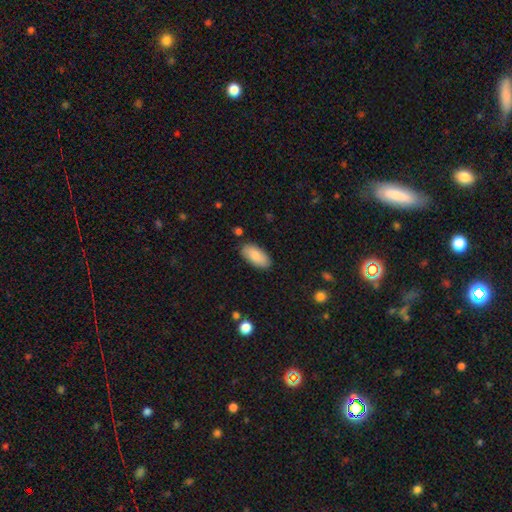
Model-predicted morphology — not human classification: smooth_or_featured: smooth (p=0.84) [alt: featured or disk p=0.10]
how_rounded: in between (p=0.92) [alt: cigar-shaped p=0.06]
merging: none (p=0.86) [alt: minor disturbance p=0.10]